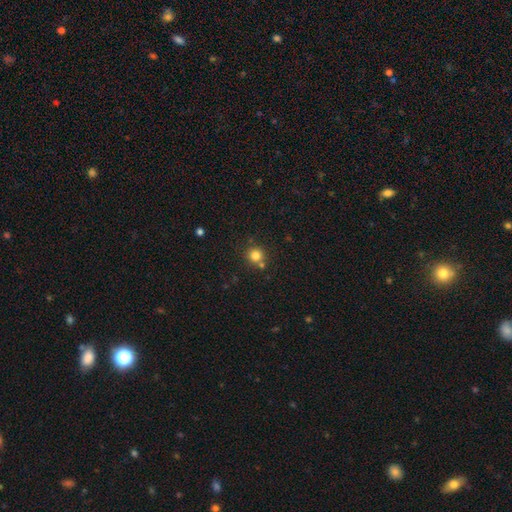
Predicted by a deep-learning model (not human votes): Overall: smooth (81%). How rounded: round (93%). Merging: none (73%).